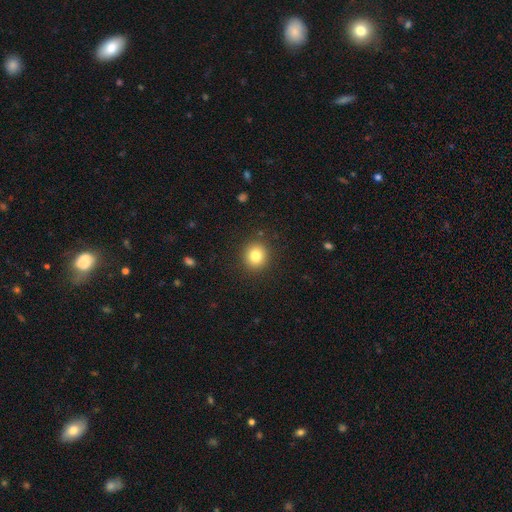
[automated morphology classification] smooth-or-featured: smooth: 81% | star or artifact: 11% | featured or disk: 8%
  how-rounded: round: 88% | in between: 11% | cigar-shaped: 1%
  merging: none: 90% | minor disturbance: 6% | major disturbance: 2% | merger: 1%